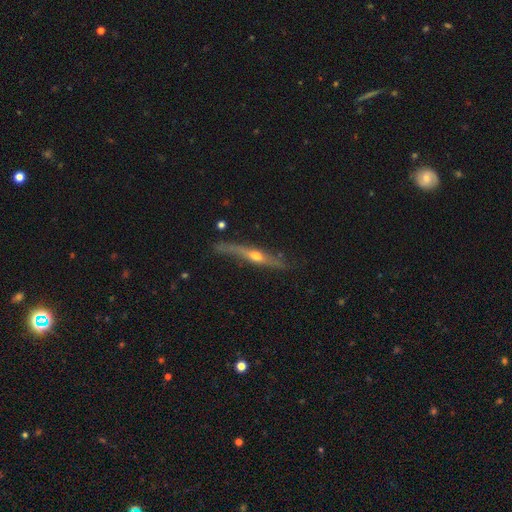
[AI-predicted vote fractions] Smooth or featured? Predicted: featured or disk (p=0.70). Edge-on disk? Predicted: yes (p=0.92). Edge-on bulge? Predicted: rounded (p=0.88). Merging? Predicted: none (p=0.73).